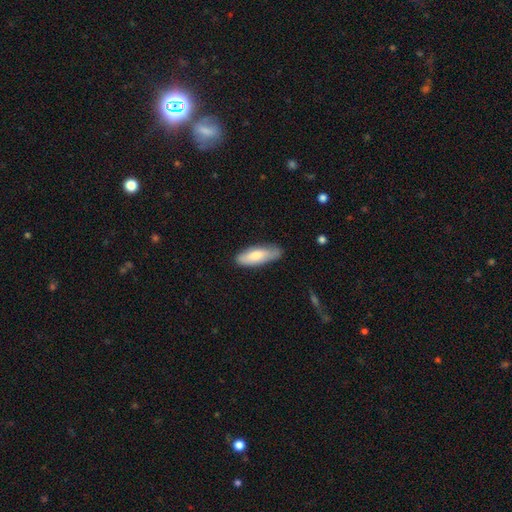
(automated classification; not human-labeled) smooth-or-featured: smooth: 76% | featured or disk: 18% | star or artifact: 5%
  how-rounded: in between: 61% | cigar-shaped: 37% | round: 2%
  merging: none: 73% | minor disturbance: 22% | major disturbance: 4% | merger: 2%